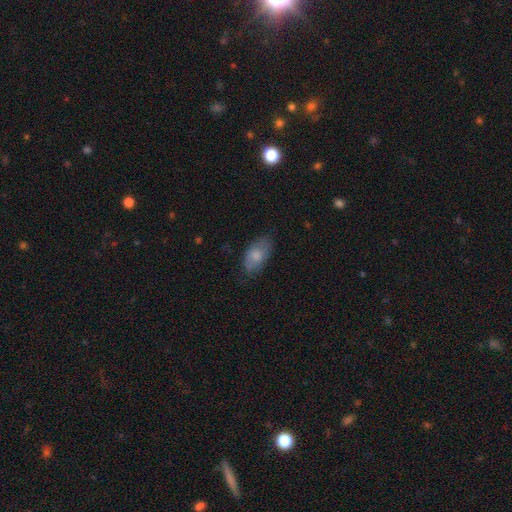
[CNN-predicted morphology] The model was most divided on "merging": none: 70%, minor disturbance: 23%, major disturbance: 6%, merger: 1%. More confident: how rounded — in between (93%); smooth or featured — smooth (75%).